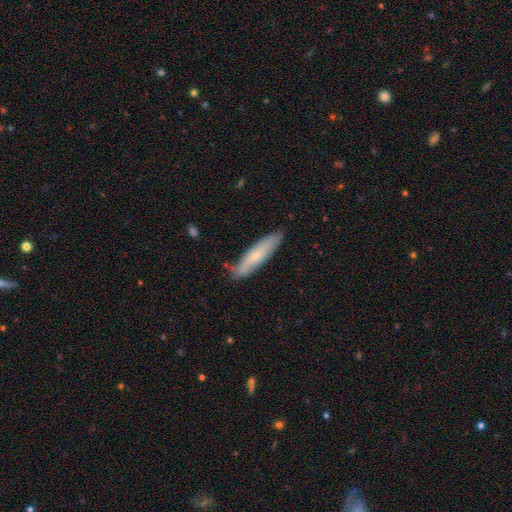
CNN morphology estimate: Smooth or featured?
  - smooth: 61% *
  - featured or disk: 33%
  - star or artifact: 6%
How rounded?
  - cigar-shaped: 79% *
  - in between: 19%
  - round: 1%
Merging?
  - none: 80% *
  - minor disturbance: 16%
  - major disturbance: 2%
  - merger: 2%